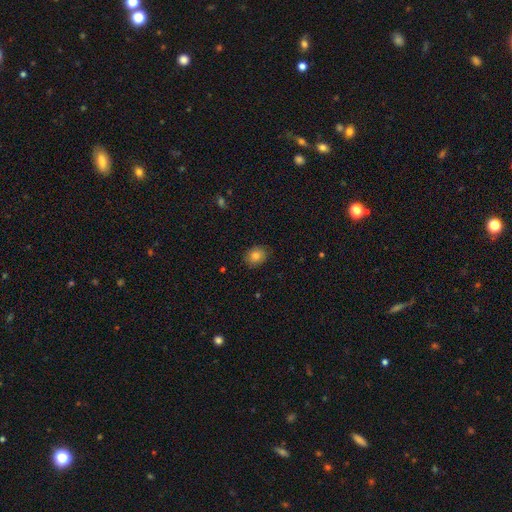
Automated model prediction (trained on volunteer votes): Smooth or featured: smooth — 80% (star or artifact — 10%)
How rounded: round — 60% (in between — 39%)
Merging: none — 85% (minor disturbance — 12%)